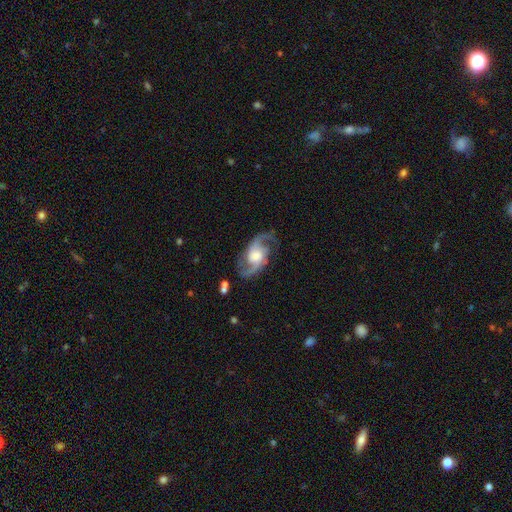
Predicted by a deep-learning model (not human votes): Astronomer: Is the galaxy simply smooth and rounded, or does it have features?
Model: featured or disk — 89%.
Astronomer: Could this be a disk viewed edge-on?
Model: no — 97%.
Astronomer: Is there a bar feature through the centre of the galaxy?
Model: no — 56% (runner-up: weak, 35%).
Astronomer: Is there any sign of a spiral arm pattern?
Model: yes — 97%.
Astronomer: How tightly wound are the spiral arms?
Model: medium — 50% (runner-up: loose, 38%).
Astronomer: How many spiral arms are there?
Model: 2 — 91%.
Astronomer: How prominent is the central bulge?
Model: moderate — 43% (runner-up: large, 26%).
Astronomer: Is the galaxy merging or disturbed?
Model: none — 75%.